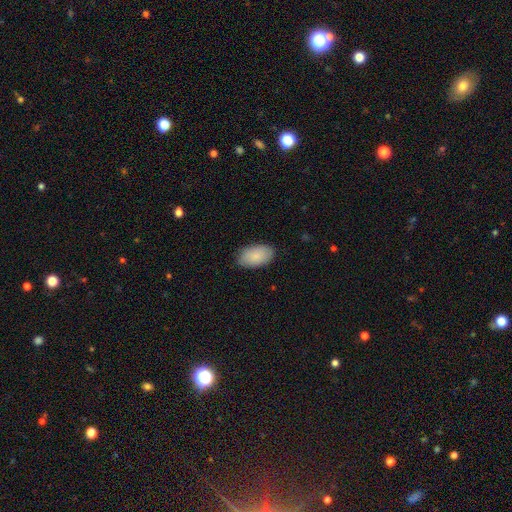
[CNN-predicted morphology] Overall: smooth (87%). How rounded: in between (95%). Merging: none (85%).